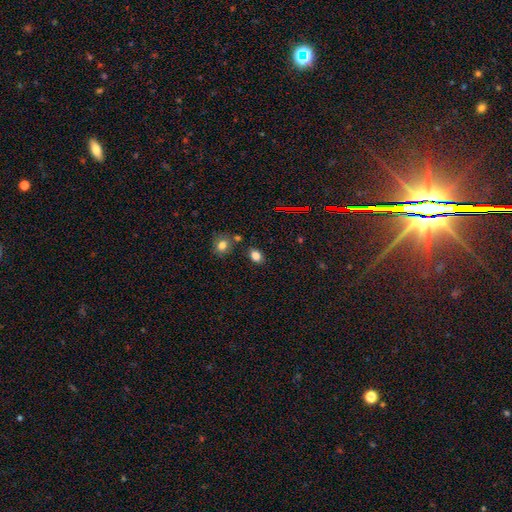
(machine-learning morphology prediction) A smooth galaxy with no disk features (81%) that is in between round and cigar-shaped (75%). Merging: none (79%).